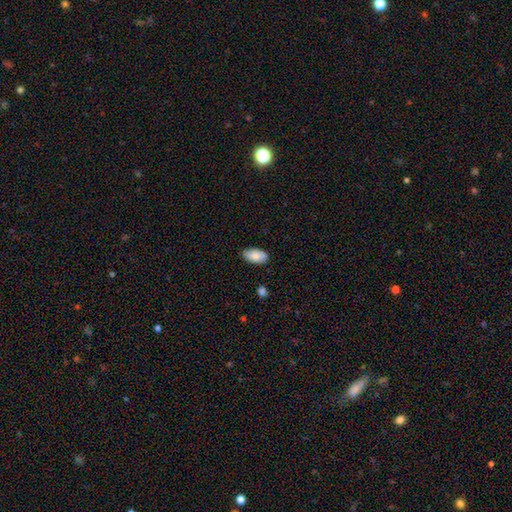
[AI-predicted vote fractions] This appears to be a smooth galaxy with no disk features (82%) that is in between round and cigar-shaped (95%). Merging: none (85%).